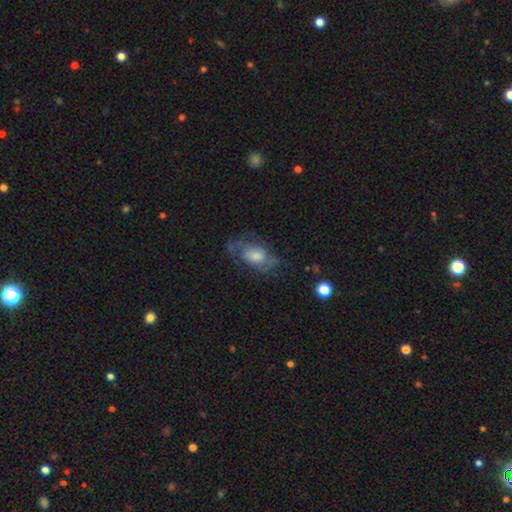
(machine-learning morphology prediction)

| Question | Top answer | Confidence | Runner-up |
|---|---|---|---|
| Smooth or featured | featured or disk | 63% | smooth (27%) |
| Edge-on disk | no | 93% | yes (7%) |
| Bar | no | 69% | weak (27%) |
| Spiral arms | yes | 80% | no (20%) |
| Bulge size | moderate | 43% | large (25%) |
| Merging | none | 59% | minor disturbance (21%) |